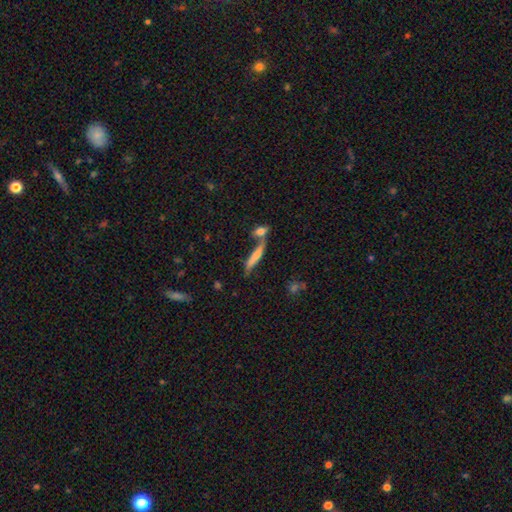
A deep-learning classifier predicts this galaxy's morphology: Smooth or featured? Predicted: smooth (p=0.58). How rounded? Predicted: cigar-shaped (p=0.82). Merging? Predicted: none (p=0.44).